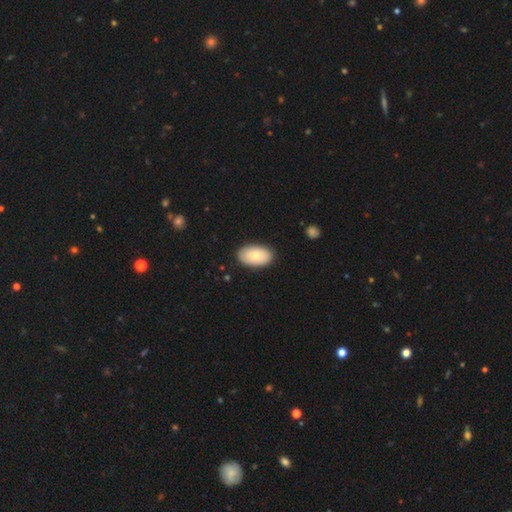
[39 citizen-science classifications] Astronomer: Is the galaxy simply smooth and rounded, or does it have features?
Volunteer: smooth — 82%.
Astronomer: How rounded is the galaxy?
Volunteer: in between — 91%.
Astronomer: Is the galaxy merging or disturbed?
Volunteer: none — 82%.